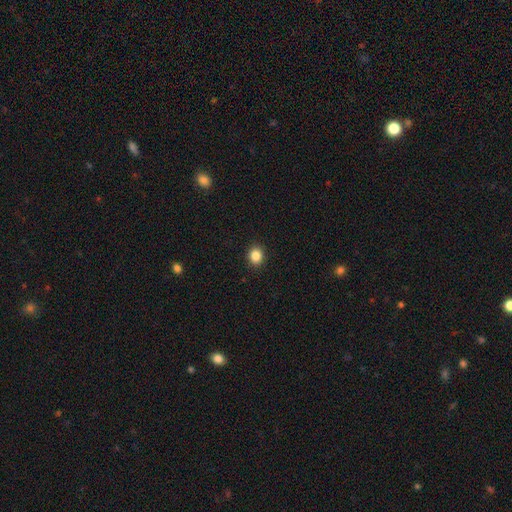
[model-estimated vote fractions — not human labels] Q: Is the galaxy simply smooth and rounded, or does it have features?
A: smooth — 86%.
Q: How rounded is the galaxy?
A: round — 74%.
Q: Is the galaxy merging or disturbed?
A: none — 92%.